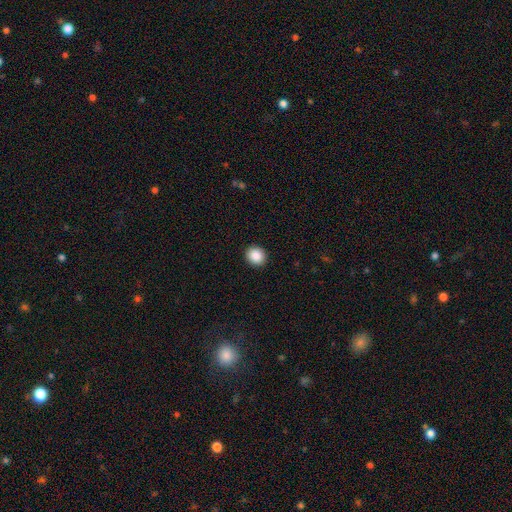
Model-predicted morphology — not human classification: smooth-or-featured: smooth: 88% | star or artifact: 9% | featured or disk: 3%
  how-rounded: round: 84% | in between: 15% | cigar-shaped: 1%
  merging: none: 92% | minor disturbance: 5% | major disturbance: 2% | merger: 1%